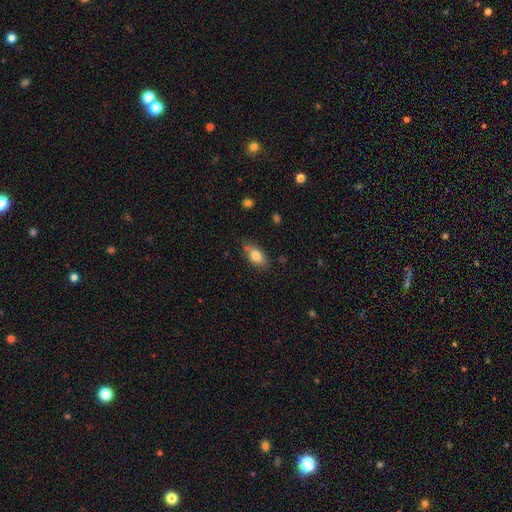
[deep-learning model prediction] smooth_or_featured: smooth (p=0.77) [alt: featured or disk p=0.15]
how_rounded: in between (p=0.86) [alt: cigar-shaped p=0.08]
merging: none (p=0.75) [alt: minor disturbance p=0.19]